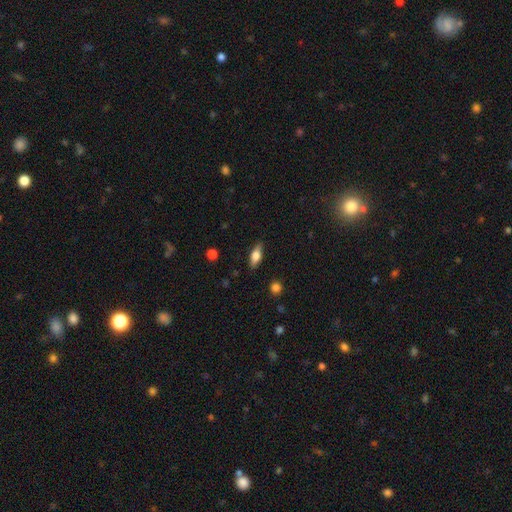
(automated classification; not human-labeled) Smooth or featured: smooth — 65% (featured or disk — 28%)
How rounded: in between — 71% (cigar-shaped — 24%)
Merging: none — 84% (minor disturbance — 12%)